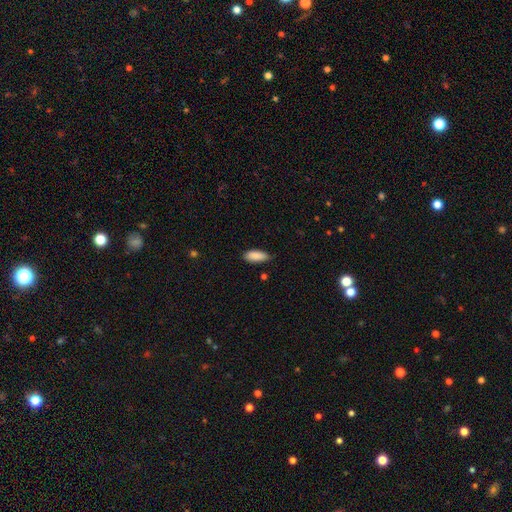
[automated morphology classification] Smooth or featured?
  - smooth: 89% *
  - star or artifact: 6%
  - featured or disk: 5%
How rounded?
  - in between: 78% *
  - cigar-shaped: 20%
  - round: 2%
Merging?
  - none: 75% *
  - minor disturbance: 21%
  - major disturbance: 3%
  - merger: 1%